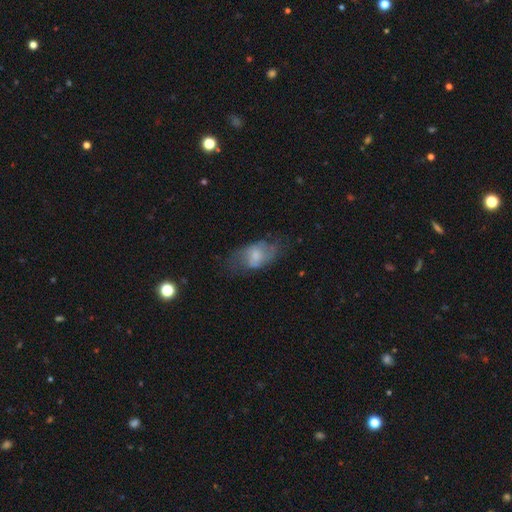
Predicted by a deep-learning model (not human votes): This appears to be a smooth galaxy with no disk features (46%, tied with featured or disk). Merging: none (50%).